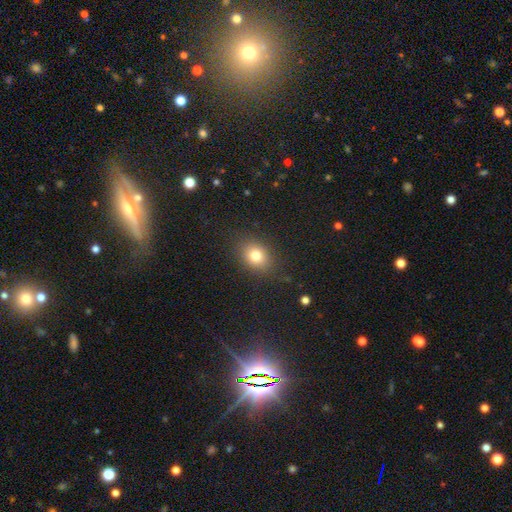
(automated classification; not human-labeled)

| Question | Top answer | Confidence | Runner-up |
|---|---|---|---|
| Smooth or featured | smooth | 79% | star or artifact (12%) |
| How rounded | in between | 51% | round (48%) |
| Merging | none | 86% | minor disturbance (10%) |